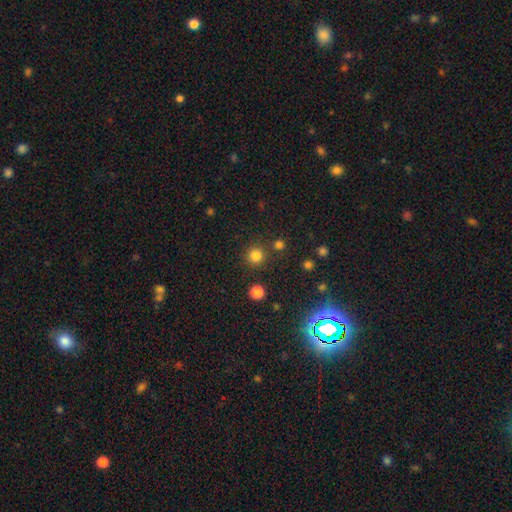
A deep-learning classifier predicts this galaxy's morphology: smooth 81%, star or artifact 15%, featured or disk 4%. Down the decision tree: how rounded — round (94%); merging — none (86%).